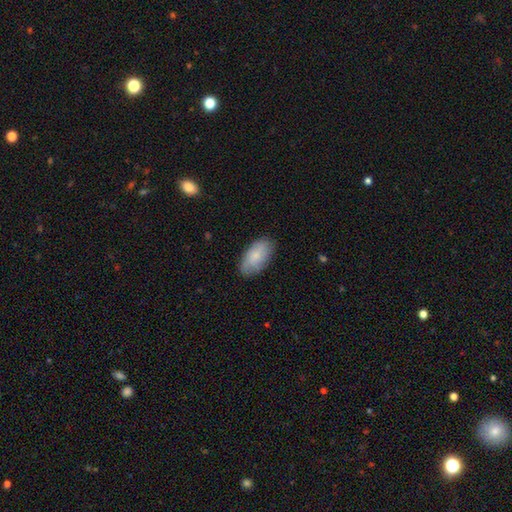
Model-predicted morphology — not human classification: type=smooth (75%); roundness=in between (94%); merging=none (80%).